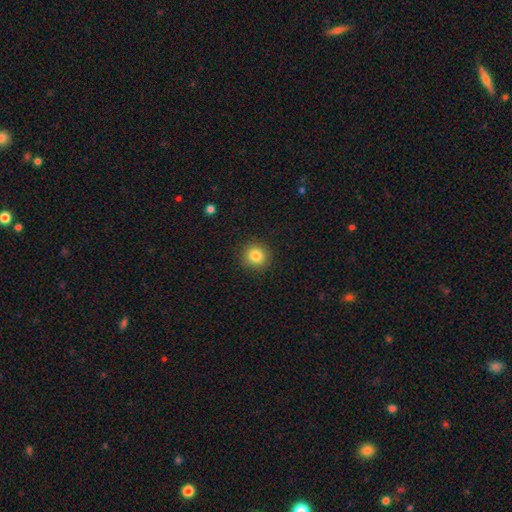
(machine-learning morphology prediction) Smooth or featured: smooth — 83% (star or artifact — 11%)
How rounded: round — 91% (in between — 8%)
Merging: none — 90% (minor disturbance — 7%)